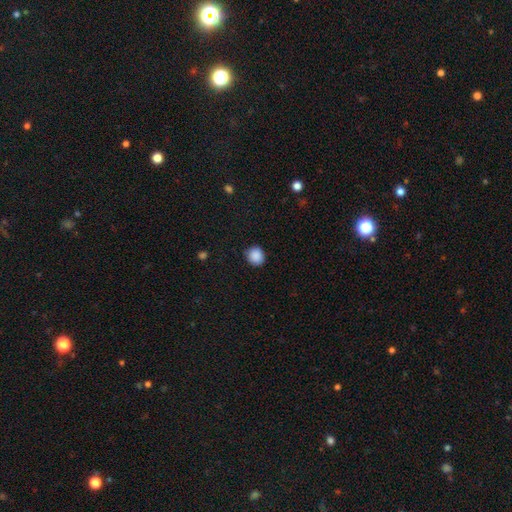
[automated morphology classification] Q: Smooth or featured?
A: smooth (89%); runner-up: star or artifact (8%)
Q: How rounded?
A: round (84%); runner-up: in between (15%)
Q: Merging?
A: none (89%); runner-up: minor disturbance (8%)